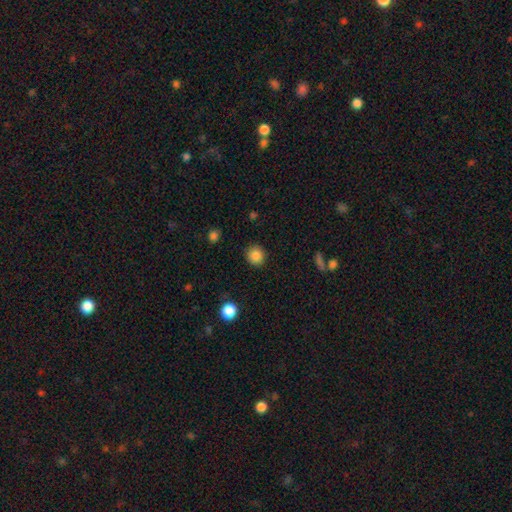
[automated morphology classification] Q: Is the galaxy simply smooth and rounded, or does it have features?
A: smooth — 86%.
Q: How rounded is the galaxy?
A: round — 91%.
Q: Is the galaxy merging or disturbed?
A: none — 91%.